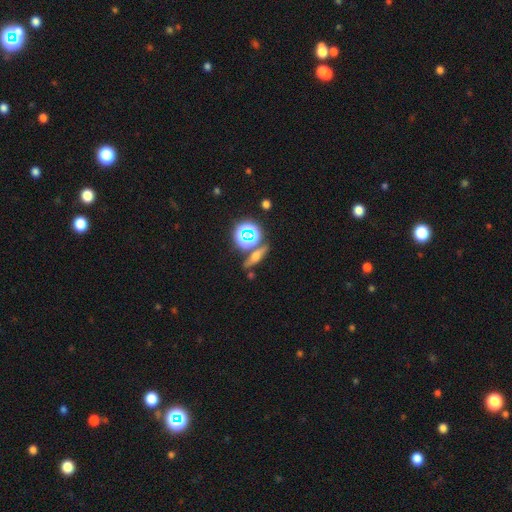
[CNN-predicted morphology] Smooth or featured?
  - featured or disk: 40% *
  - smooth: 35%
  - star or artifact: 25%
Merging?
  - none: 77% *
  - merger: 10%
  - minor disturbance: 9%
  - major disturbance: 4%